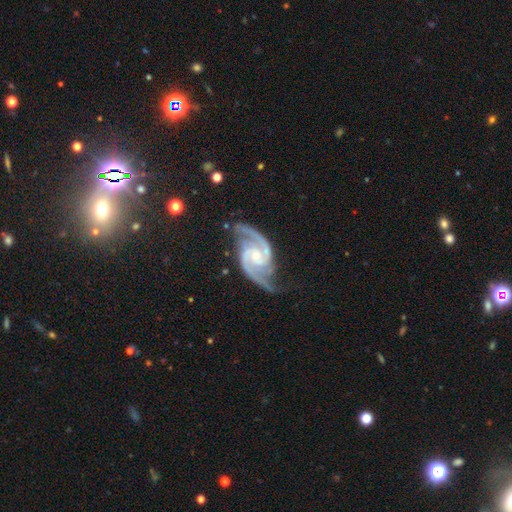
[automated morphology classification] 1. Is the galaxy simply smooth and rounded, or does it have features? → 94% featured or disk, 4% star or artifact, 2% smooth.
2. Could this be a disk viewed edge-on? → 98% no, 2% yes.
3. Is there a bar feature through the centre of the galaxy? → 44% no, 41% weak, 16% strong.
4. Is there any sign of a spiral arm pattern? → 99% yes, 1% no.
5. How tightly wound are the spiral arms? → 61% medium, 28% tight, 11% loose.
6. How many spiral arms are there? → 90% 2, 4% 3, 2% can't tell, 1% 4, 1% 1, 1% more than 4.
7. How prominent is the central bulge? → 62% small, 27% moderate, 8% none, 2% large, 1% dominant.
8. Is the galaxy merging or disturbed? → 73% none, 18% minor disturbance, 7% major disturbance, 2% merger.